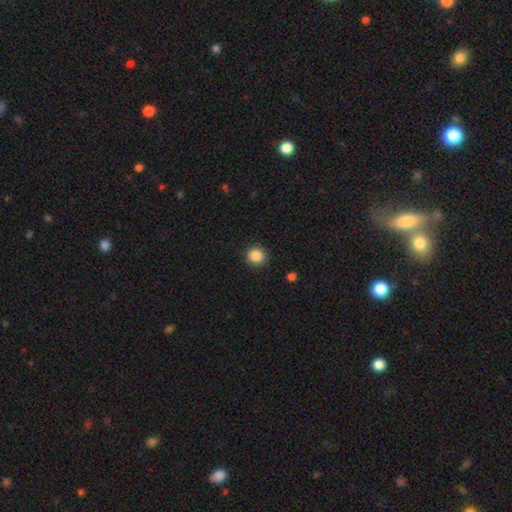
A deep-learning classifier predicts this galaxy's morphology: Smooth or featured?
  - smooth: 86% *
  - star or artifact: 10%
  - featured or disk: 4%
How rounded?
  - round: 94% *
  - in between: 5%
  - cigar-shaped: 1%
Merging?
  - none: 90% *
  - minor disturbance: 7%
  - major disturbance: 2%
  - merger: 1%